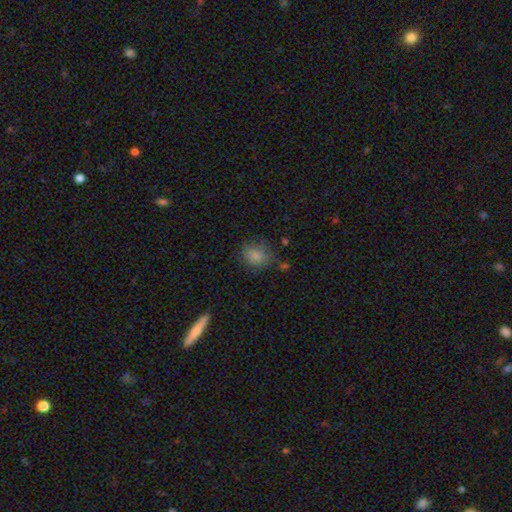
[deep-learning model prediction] Q: Smooth or featured?
A: smooth (81%); runner-up: star or artifact (10%)
Q: How rounded?
A: round (63%); runner-up: in between (35%)
Q: Merging?
A: none (65%); runner-up: minor disturbance (23%)